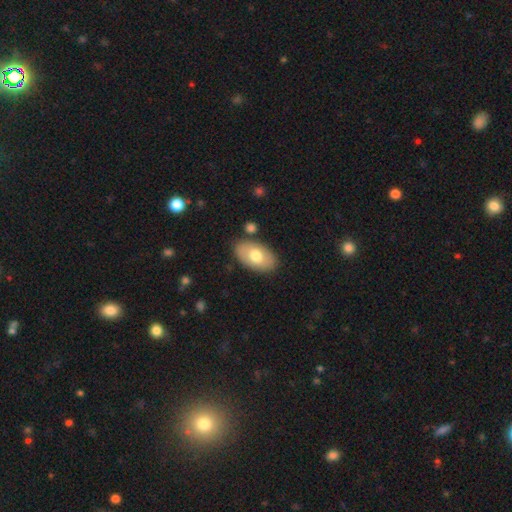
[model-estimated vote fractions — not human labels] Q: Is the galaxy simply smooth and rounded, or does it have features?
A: smooth — 69%.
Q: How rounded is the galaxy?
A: in between — 93%.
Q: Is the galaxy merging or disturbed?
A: none — 82%.